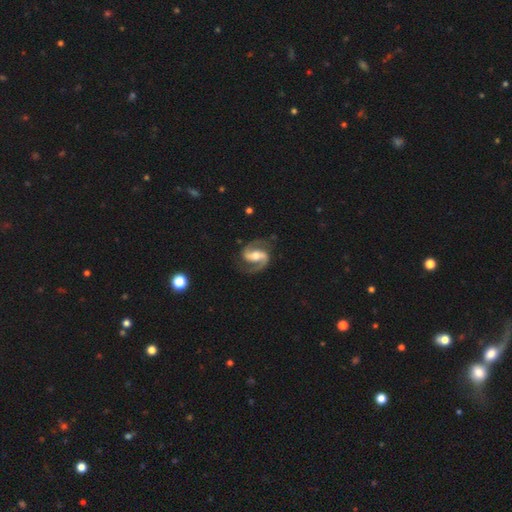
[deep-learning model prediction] Smooth or featured? featured or disk (92%)
Edge-on disk? no (98%)
Bar? strong (48%)
Spiral arms? yes (98%)
Spiral winding? medium (62%)
Spiral arm count? 2 (94%)
Bulge size? moderate (62%)
Merging? none (82%)